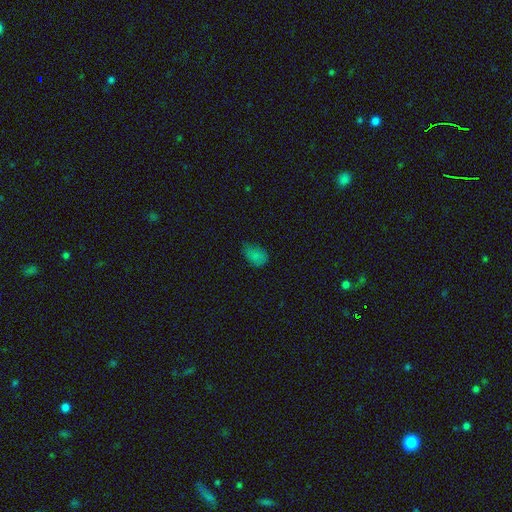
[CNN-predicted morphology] Smooth or featured: smooth — 75% (star or artifact — 18%)
How rounded: in between — 85% (round — 13%)
Merging: none — 48% (minor disturbance — 37%)